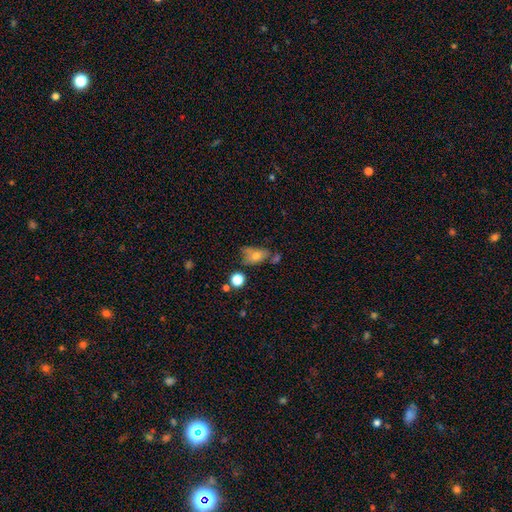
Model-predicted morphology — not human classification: Smooth or featured? Predicted: smooth (p=0.68). How rounded? Predicted: in between (p=0.79). Merging? Predicted: none (p=0.42).